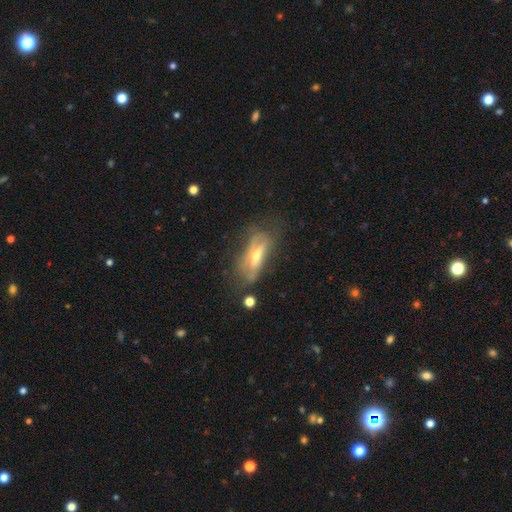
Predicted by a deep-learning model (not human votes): Morphology: type=featured or disk (61%); edge-on=no (58%); merging=none (54%).